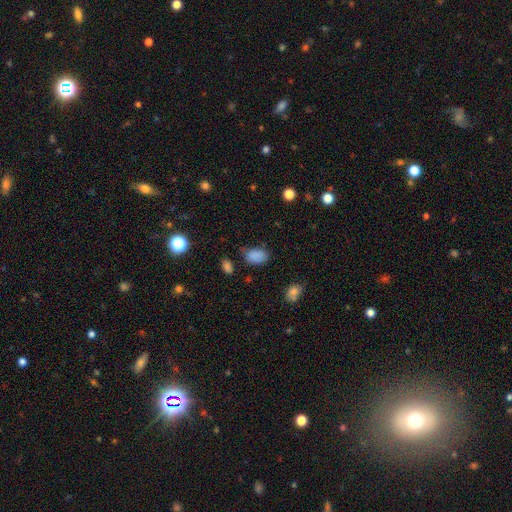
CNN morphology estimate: smooth_or_featured: smooth (p=0.84) [alt: star or artifact p=0.11]
how_rounded: in between (p=0.87) [alt: round p=0.11]
merging: none (p=0.66) [alt: minor disturbance p=0.24]